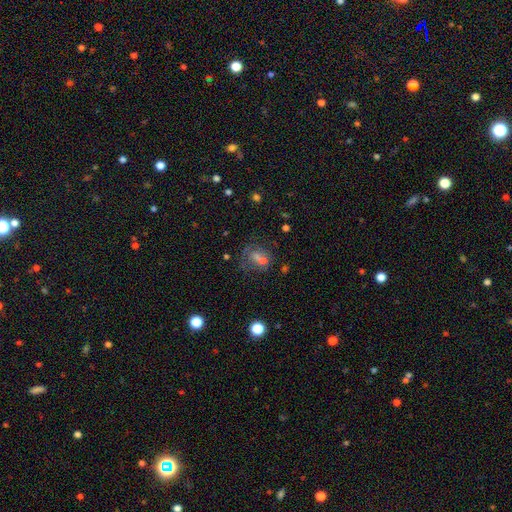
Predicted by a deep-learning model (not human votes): Morphology: type=smooth (38%); merging=none (44%).